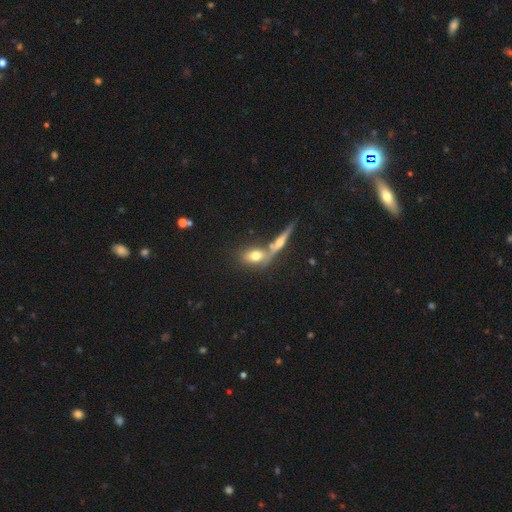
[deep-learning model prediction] Smooth or featured: smooth — 62% (featured or disk — 28%)
How rounded: in between — 71% (round — 18%)
Merging: none — 51% (merger — 34%)